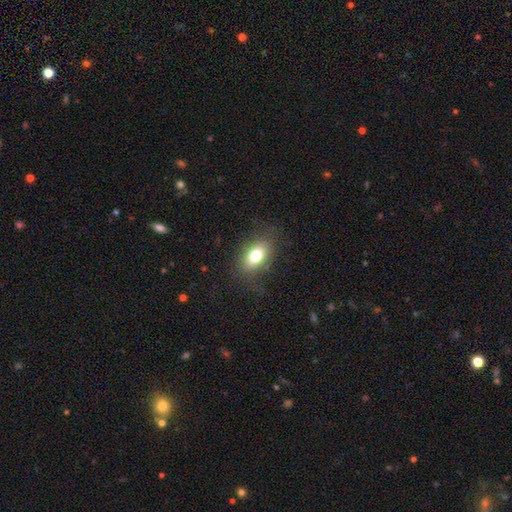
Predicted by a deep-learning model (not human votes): The model was most divided on "smooth or featured": smooth: 75%, featured or disk: 15%, star or artifact: 10%. More confident: how rounded — in between (83%); merging — none (78%).